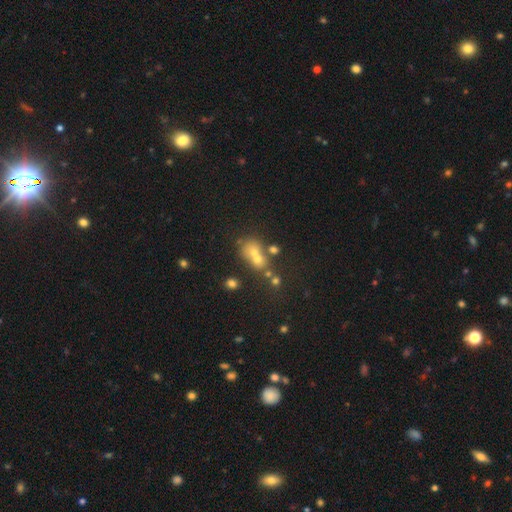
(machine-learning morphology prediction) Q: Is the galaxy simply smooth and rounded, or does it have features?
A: smooth — 57%.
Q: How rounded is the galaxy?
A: round — 60%.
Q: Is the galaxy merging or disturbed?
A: merger — 52%.